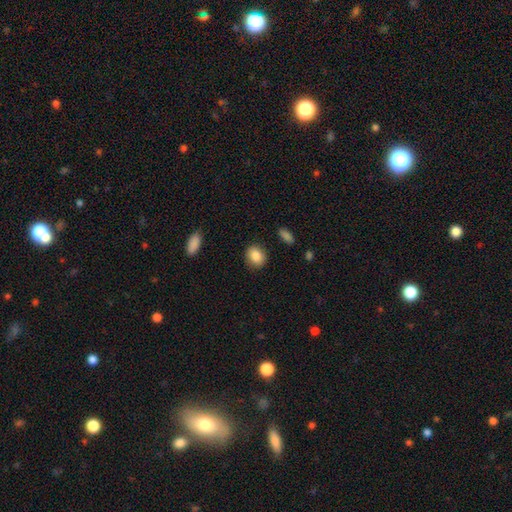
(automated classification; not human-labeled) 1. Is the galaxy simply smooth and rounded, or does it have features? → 86% smooth, 8% star or artifact, 7% featured or disk.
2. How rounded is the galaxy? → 50% round, 49% in between, 1% cigar-shaped.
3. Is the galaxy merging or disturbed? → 87% none, 9% minor disturbance, 2% major disturbance, 2% merger.